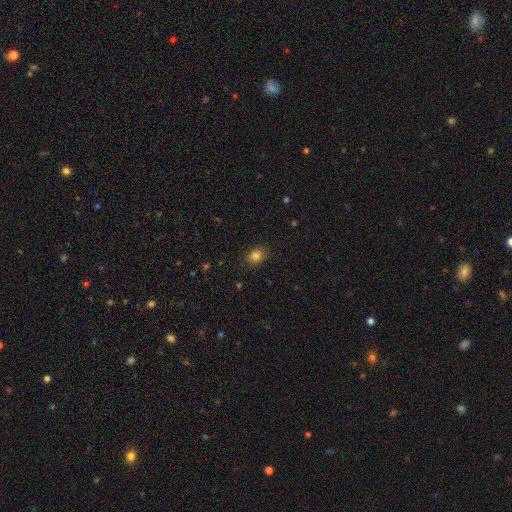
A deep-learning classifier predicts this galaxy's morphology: This is clearly a smooth galaxy (83%). How rounded: possibly in between (54%). Merging: clearly none (87%).